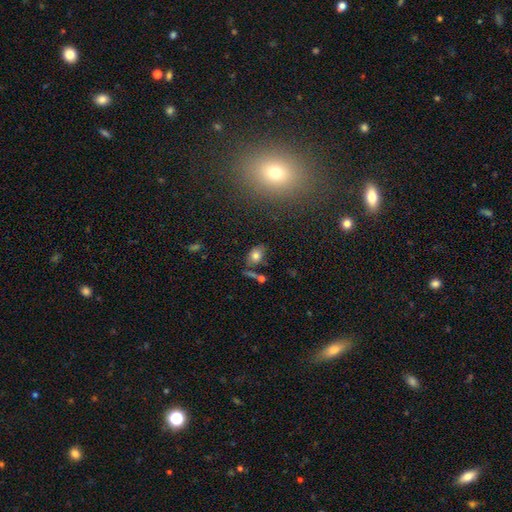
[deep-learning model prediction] Overall: smooth (76%). How rounded: in between (82%). Merging: none (67%).